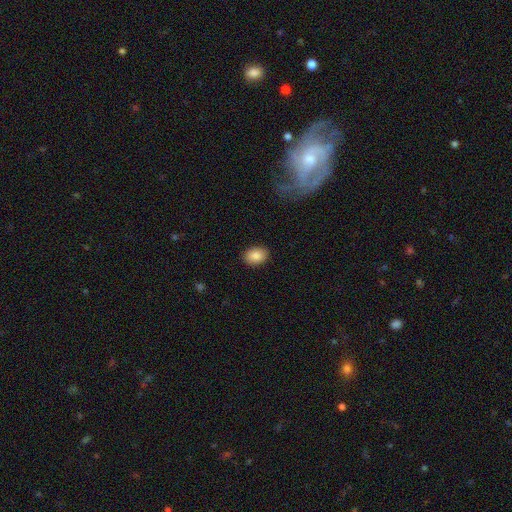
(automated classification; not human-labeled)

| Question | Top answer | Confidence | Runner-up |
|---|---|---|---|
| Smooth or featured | smooth | 88% | star or artifact (7%) |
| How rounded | in between | 77% | round (22%) |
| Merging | none | 89% | minor disturbance (8%) |